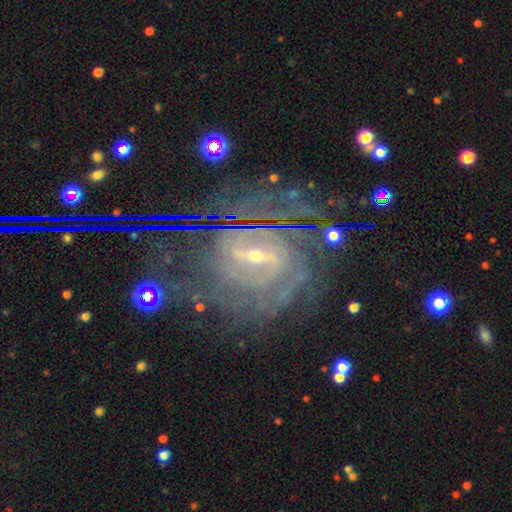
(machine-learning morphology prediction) smooth-or-featured: featured or disk: 87% | star or artifact: 9% | smooth: 5%
  disk-edge-on: no: 96% | yes: 4%
    bar: strong: 44% | weak: 41% | no: 14%
    has-spiral-arms: yes: 95% | no: 5%
      spiral-winding: tight: 68% | medium: 26% | loose: 6%
      spiral-arm-count: can't tell: 34% | 4: 17% | 2: 16% | more than 4: 14% | 3: 13% | 1: 7%
    bulge-size: small: 73% | moderate: 22% | none: 2% | large: 2% | dominant: 1%
  merging: none: 69% | minor disturbance: 16% | major disturbance: 12% | merger: 2%